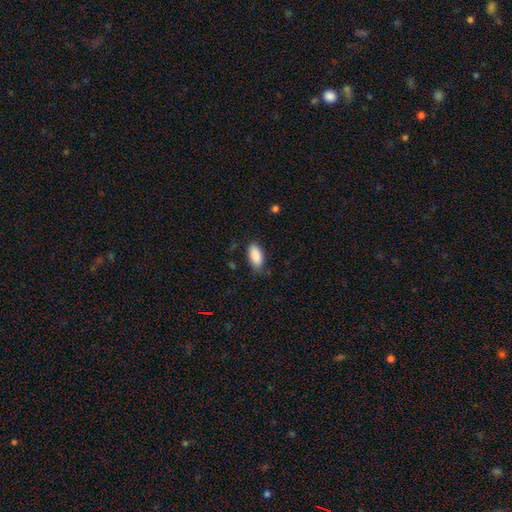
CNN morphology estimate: Overall: smooth (89%). How rounded: in between (91%). Merging: none (80%).